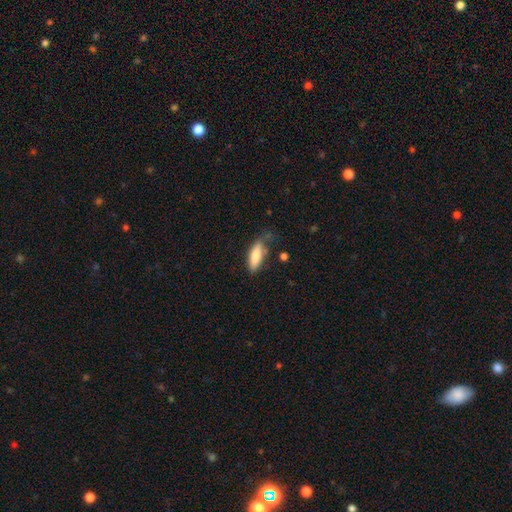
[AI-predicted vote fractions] Morphology: type=smooth (81%); roundness=in between (57%); merging=none (58%).